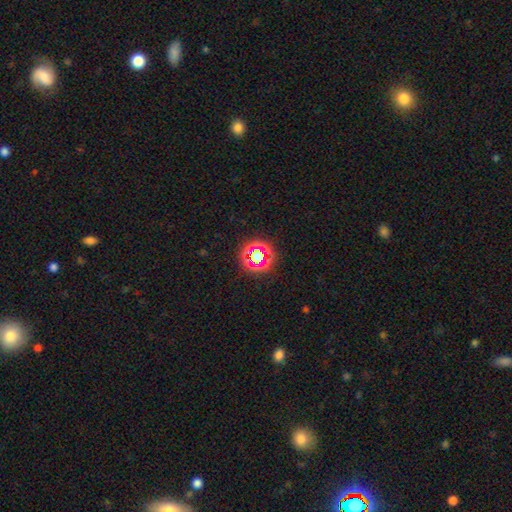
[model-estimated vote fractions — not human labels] Q: Smooth or featured?
A: star or artifact (57%); runner-up: smooth (30%)